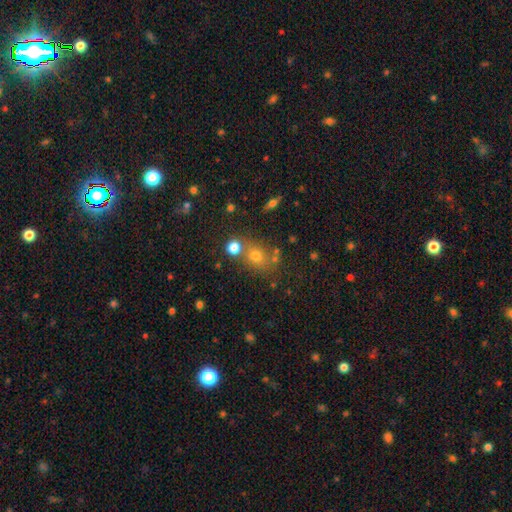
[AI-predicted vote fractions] Smooth or featured?
  - smooth: 65% *
  - star or artifact: 22%
  - featured or disk: 13%
How rounded?
  - round: 66% *
  - in between: 32%
  - cigar-shaped: 2%
Merging?
  - none: 64% *
  - merger: 20%
  - minor disturbance: 11%
  - major disturbance: 5%